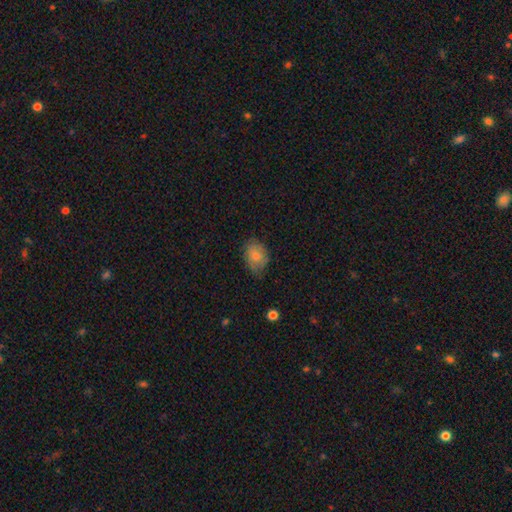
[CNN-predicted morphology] Smooth or featured: smooth — 78% (featured or disk — 14%)
How rounded: in between — 74% (round — 25%)
Merging: none — 64% (minor disturbance — 28%)